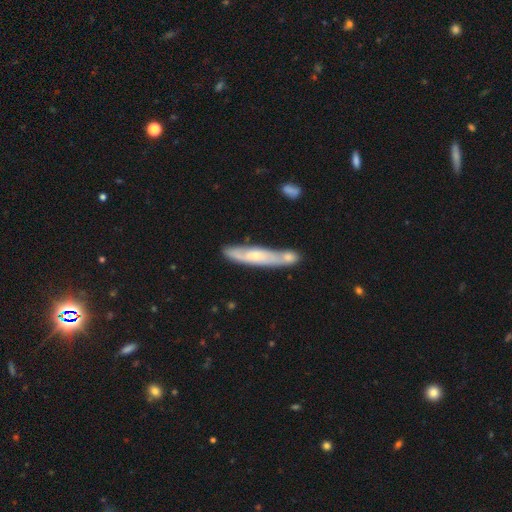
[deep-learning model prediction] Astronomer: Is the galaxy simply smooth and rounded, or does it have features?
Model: featured or disk — 56% (runner-up: smooth, 39%).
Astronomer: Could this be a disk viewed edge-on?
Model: yes — 55% (runner-up: no, 45%).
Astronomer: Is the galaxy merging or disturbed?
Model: none — 47% (runner-up: merger, 33%).